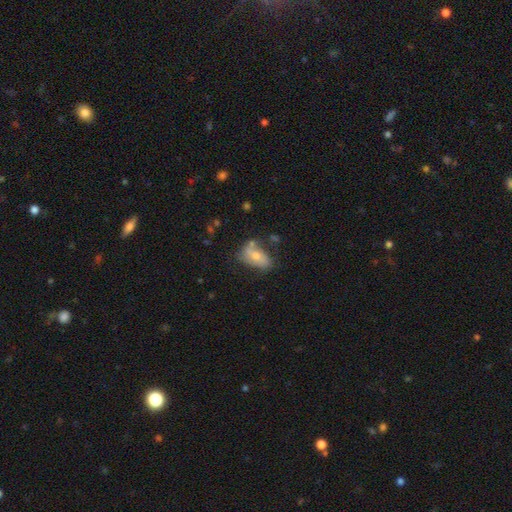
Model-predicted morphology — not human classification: A smooth galaxy with no disk features (60%) that is in between round and cigar-shaped (89%).

Vote fractions:
- Smooth or featured? smooth: 60% / featured or disk: 32% / star or artifact: 8%
- How rounded? in between: 89% / round: 7% / cigar-shaped: 4%
- Merging? none: 48% / minor disturbance: 28% / major disturbance: 12% / merger: 12%